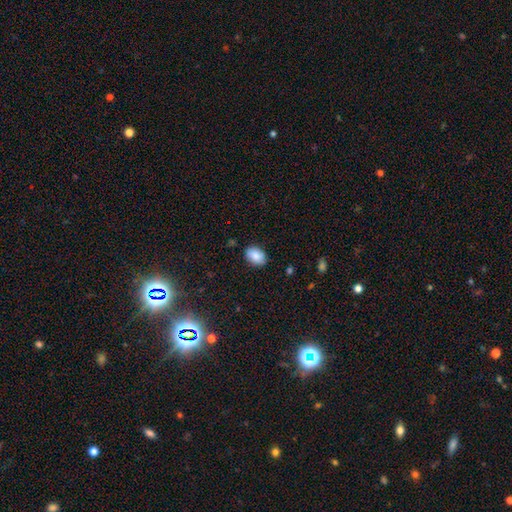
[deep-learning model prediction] Smooth or featured?
  - smooth: 86% *
  - star or artifact: 8%
  - featured or disk: 6%
How rounded?
  - in between: 83% *
  - round: 15%
  - cigar-shaped: 1%
Merging?
  - none: 86% *
  - minor disturbance: 11%
  - major disturbance: 2%
  - merger: 1%